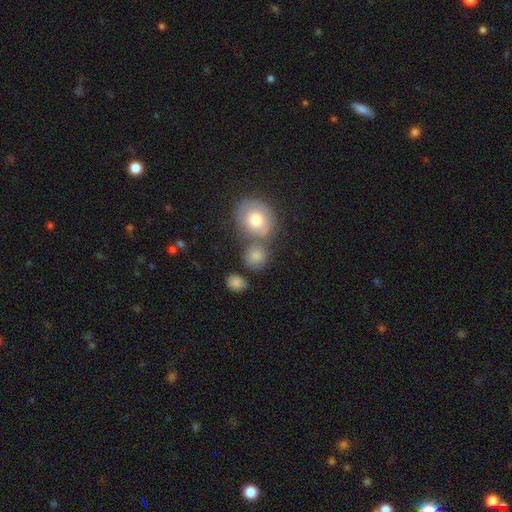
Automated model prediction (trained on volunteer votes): This is likely a smooth galaxy (78%). How rounded: likely round (77%). Merging: possibly none (51%).